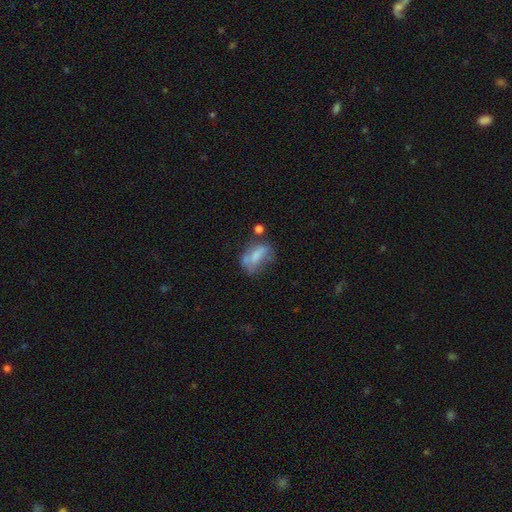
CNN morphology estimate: Overall: smooth (55%; featured or disk 34%). How rounded: in between (79%). Merging: none (36%; minor disturbance 26%).